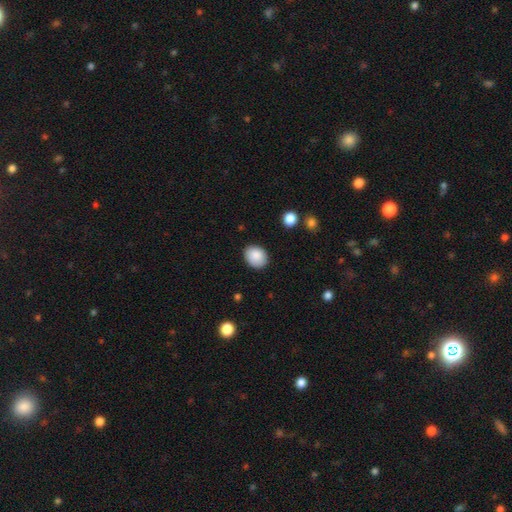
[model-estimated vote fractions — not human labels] A smooth galaxy with no disk features (88%) that is in between round and cigar-shaped (52%). Merging: none (85%).